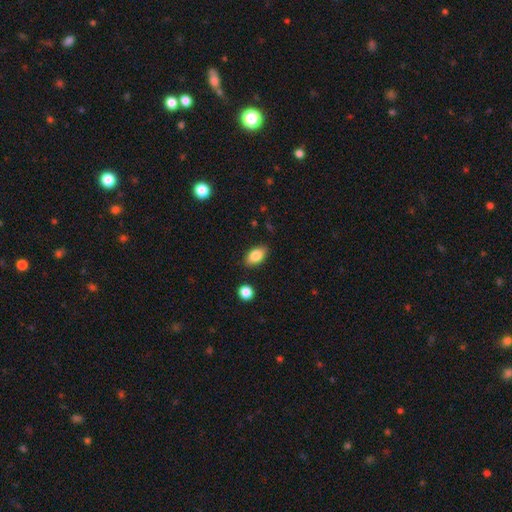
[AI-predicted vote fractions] This appears to be a smooth galaxy with no disk features (83%) that is in between round and cigar-shaped (89%). Merging: none (84%).